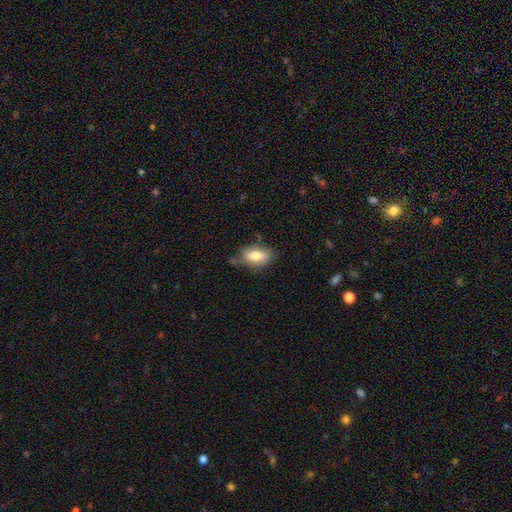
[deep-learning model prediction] Smooth or featured?
  - smooth: 77% *
  - featured or disk: 16%
  - star or artifact: 7%
How rounded?
  - in between: 88% *
  - round: 6%
  - cigar-shaped: 5%
Merging?
  - none: 66% *
  - minor disturbance: 24%
  - major disturbance: 6%
  - merger: 4%